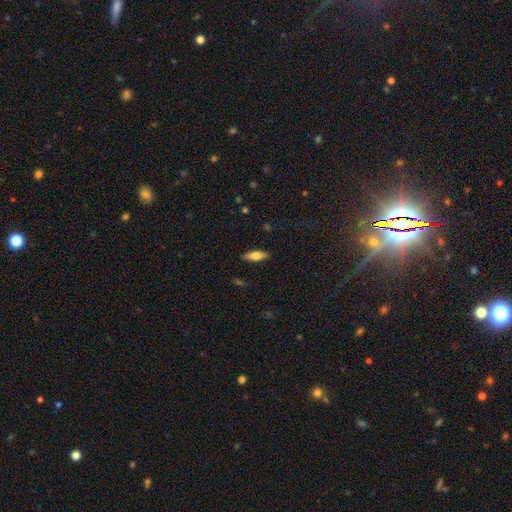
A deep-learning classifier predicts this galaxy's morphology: Smooth or featured?
  - smooth: 66% *
  - featured or disk: 28%
  - star or artifact: 7%
How rounded?
  - in between: 56% *
  - cigar-shaped: 42%
  - round: 2%
Merging?
  - none: 86% *
  - minor disturbance: 10%
  - major disturbance: 2%
  - merger: 1%